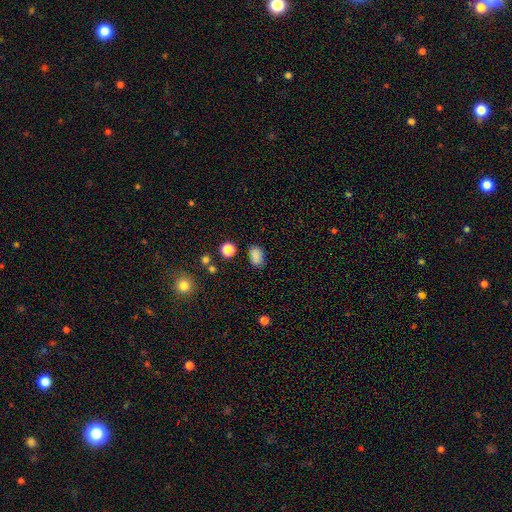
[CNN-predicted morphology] A smooth galaxy with no disk features (84%) that is in between round and cigar-shaped (84%). Merging: none (78%).